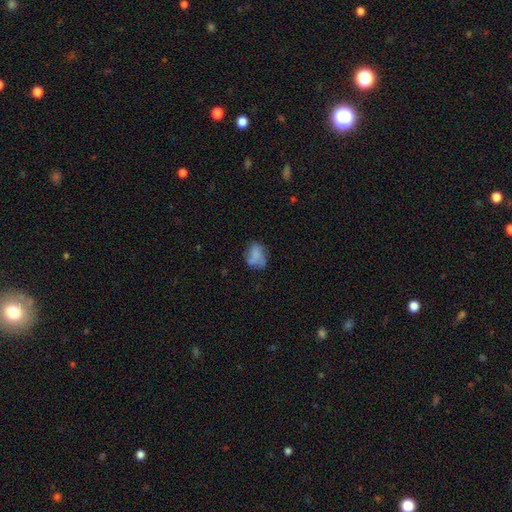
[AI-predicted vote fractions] Smooth or featured?
  - smooth: 68% *
  - featured or disk: 22%
  - star or artifact: 10%
How rounded?
  - in between: 71% *
  - round: 28%
  - cigar-shaped: 2%
Merging?
  - none: 47% *
  - minor disturbance: 29%
  - major disturbance: 19%
  - merger: 5%